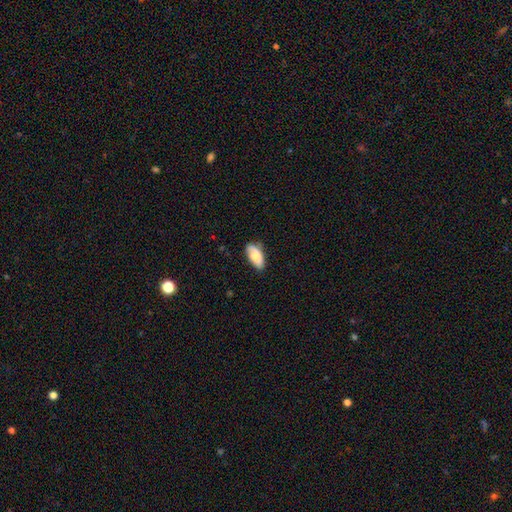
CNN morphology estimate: type=smooth (74%); roundness=in between (90%); merging=none (65%).